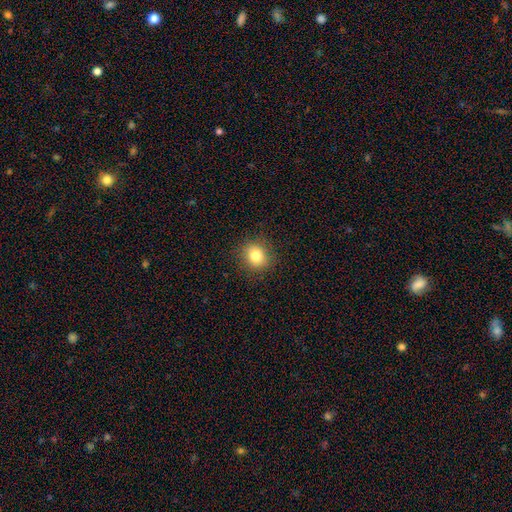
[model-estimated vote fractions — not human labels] smooth_or_featured: smooth (p=0.81) [alt: star or artifact p=0.11]
how_rounded: round (p=0.78) [alt: in between p=0.21]
merging: none (p=0.88) [alt: minor disturbance p=0.08]